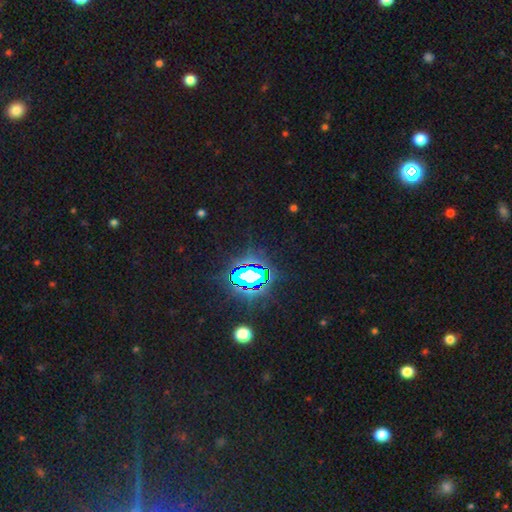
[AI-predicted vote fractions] A star or artifact, not a galaxy (81%).

Vote fractions:
- Smooth or featured? star or artifact: 81% / smooth: 12% / featured or disk: 7%